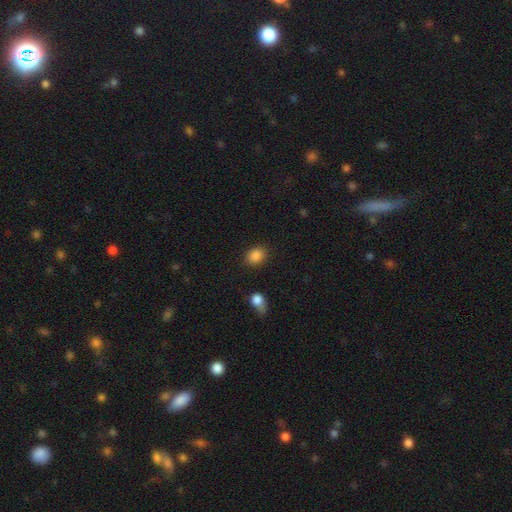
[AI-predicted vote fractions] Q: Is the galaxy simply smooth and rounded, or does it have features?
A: smooth — 86%.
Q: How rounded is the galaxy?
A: in between — 58%.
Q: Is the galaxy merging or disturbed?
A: none — 83%.